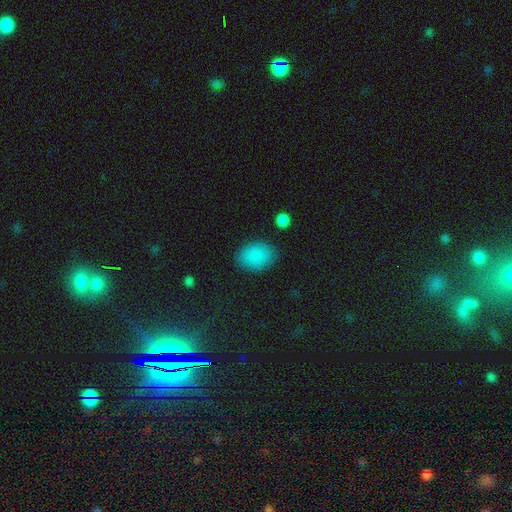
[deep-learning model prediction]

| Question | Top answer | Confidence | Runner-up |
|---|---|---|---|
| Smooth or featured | smooth | 87% | star or artifact (8%) |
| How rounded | in between | 79% | round (19%) |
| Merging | none | 82% | minor disturbance (12%) |